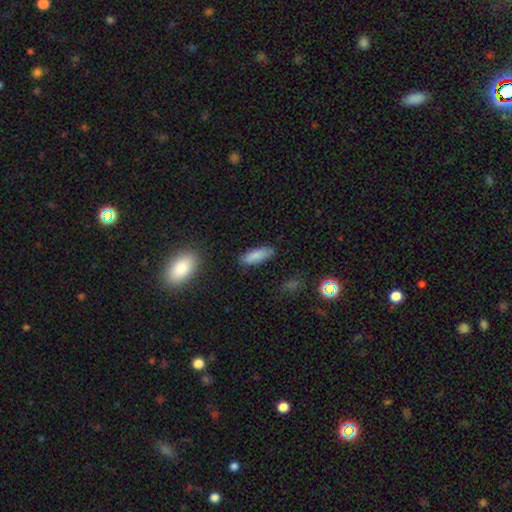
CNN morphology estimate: Smooth or featured?
  - smooth: 85% *
  - star or artifact: 8%
  - featured or disk: 7%
How rounded?
  - in between: 62% *
  - cigar-shaped: 36%
  - round: 2%
Merging?
  - none: 83% *
  - minor disturbance: 12%
  - major disturbance: 3%
  - merger: 2%